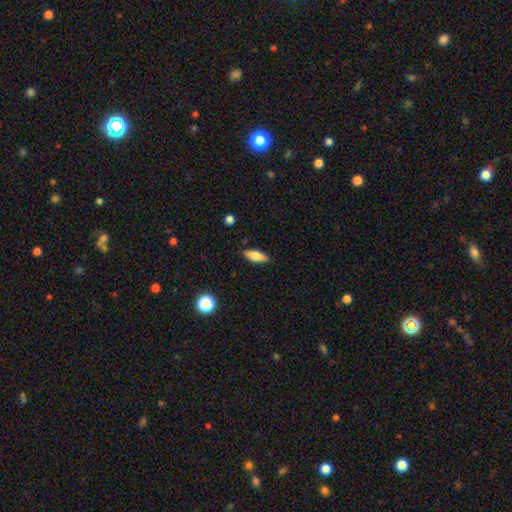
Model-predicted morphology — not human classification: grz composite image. It shows a smooth galaxy with no disk features (76%) that is in between round and cigar-shaped (74%). Merging: none (85%).